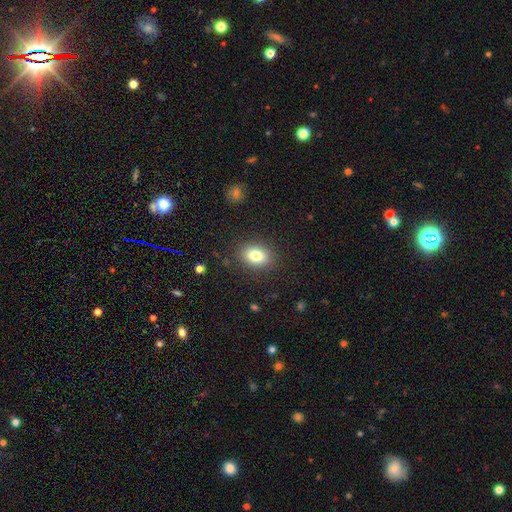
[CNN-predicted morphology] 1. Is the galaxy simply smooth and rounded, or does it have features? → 82% smooth, 10% star or artifact, 9% featured or disk.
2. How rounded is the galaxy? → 70% in between, 29% round, 1% cigar-shaped.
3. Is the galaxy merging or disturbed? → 87% none, 9% minor disturbance, 3% major disturbance, 1% merger.